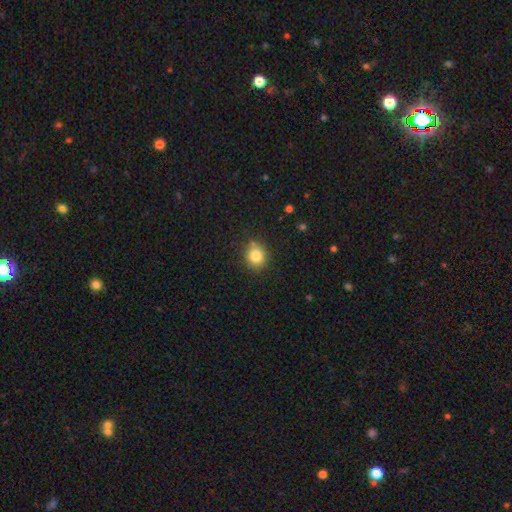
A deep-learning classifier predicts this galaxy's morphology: Q: Smooth or featured?
A: smooth (82%); runner-up: star or artifact (11%)
Q: How rounded?
A: round (76%); runner-up: in between (23%)
Q: Merging?
A: none (80%); runner-up: minor disturbance (14%)